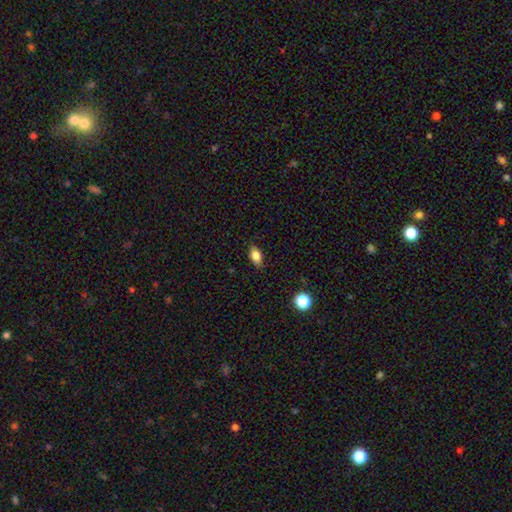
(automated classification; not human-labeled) This is clearly a smooth galaxy (80%). How rounded: clearly in between (85%). Merging: clearly none (85%).